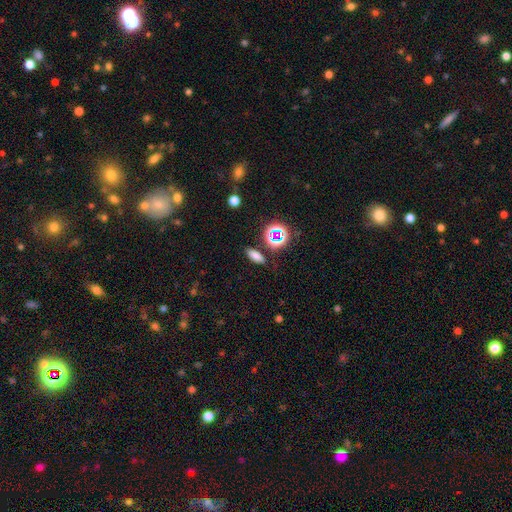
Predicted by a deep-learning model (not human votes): smooth 72%, star or artifact 19%, featured or disk 9%. Down the decision tree: how rounded — in between (70%); merging — none (82%).